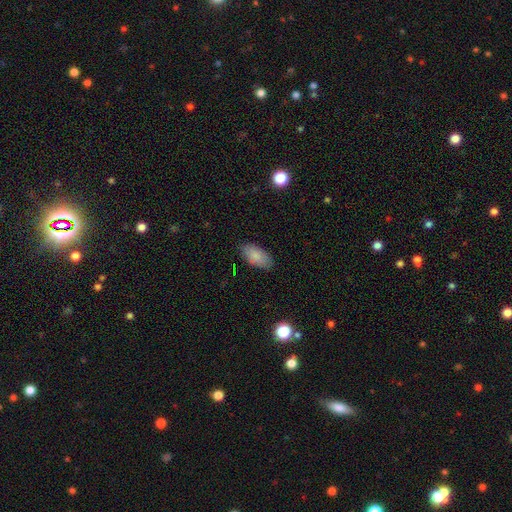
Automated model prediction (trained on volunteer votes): Smooth or featured?
  - smooth: 86% *
  - featured or disk: 7%
  - star or artifact: 7%
How rounded?
  - in between: 92% *
  - cigar-shaped: 5%
  - round: 2%
Merging?
  - none: 85% *
  - minor disturbance: 11%
  - major disturbance: 3%
  - merger: 1%